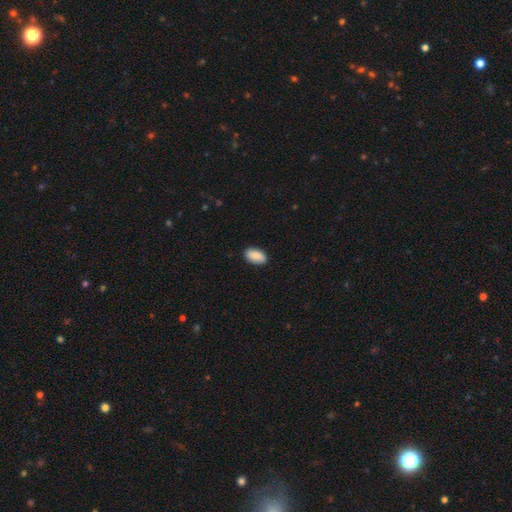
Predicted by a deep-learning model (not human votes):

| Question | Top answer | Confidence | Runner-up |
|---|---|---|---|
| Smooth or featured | smooth | 89% | star or artifact (6%) |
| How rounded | in between | 94% | round (4%) |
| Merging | none | 89% | minor disturbance (9%) |